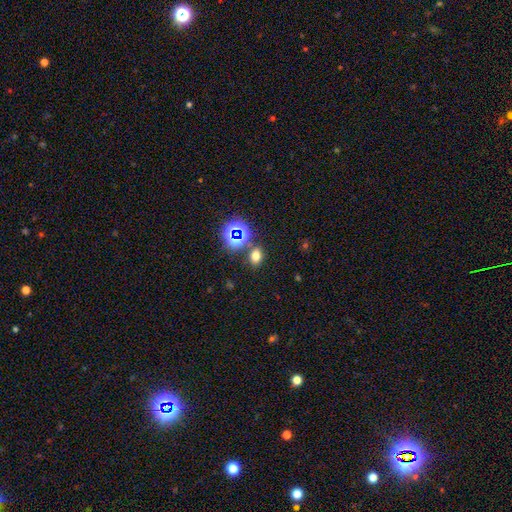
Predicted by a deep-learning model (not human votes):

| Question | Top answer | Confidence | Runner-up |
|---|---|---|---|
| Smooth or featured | smooth | 66% | star or artifact (26%) |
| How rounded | in between | 68% | round (30%) |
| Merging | none | 79% | minor disturbance (9%) |